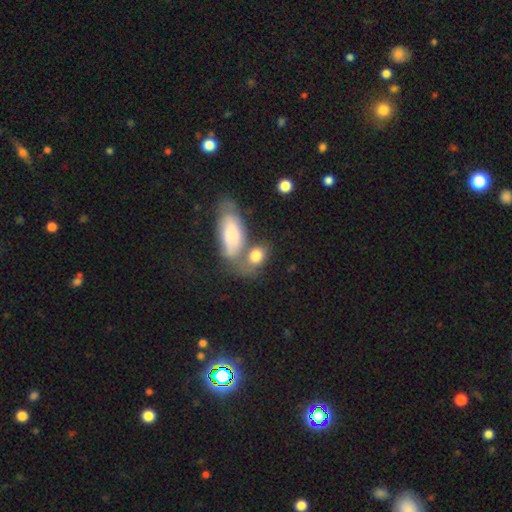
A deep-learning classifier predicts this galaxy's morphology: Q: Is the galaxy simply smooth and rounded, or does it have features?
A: smooth — 78%.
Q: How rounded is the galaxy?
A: in between — 69%.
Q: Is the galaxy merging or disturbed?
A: none — 40%.